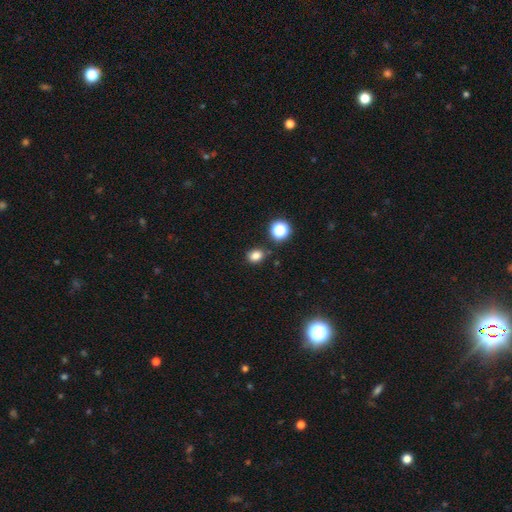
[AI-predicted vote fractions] Overall: smooth (81%). How rounded: round (51%; in between 48%). Merging: none (81%).